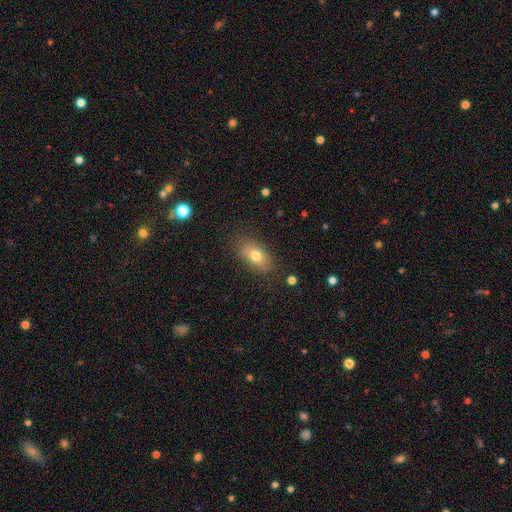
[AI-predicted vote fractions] smooth 74%, featured or disk 16%, star or artifact 9%. Down the decision tree: how rounded — in between (85%); merging — none (77%).